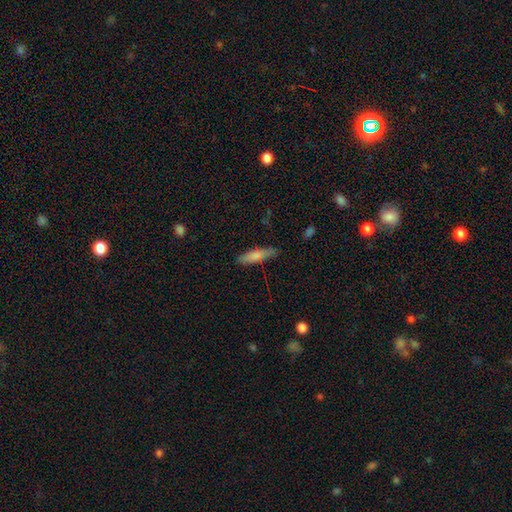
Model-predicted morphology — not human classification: smooth_or_featured: smooth (p=0.77) [alt: featured or disk p=0.16]
how_rounded: cigar-shaped (p=0.68) [alt: in between p=0.30]
merging: none (p=0.79) [alt: minor disturbance p=0.16]